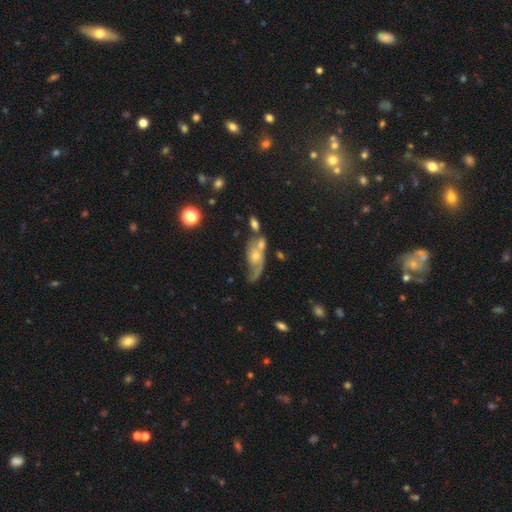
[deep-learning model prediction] A featured or disk galaxy (58%) with no bar (80%), spiral arms (64%) and a small central bulge (47%). Merging: merger (33%).